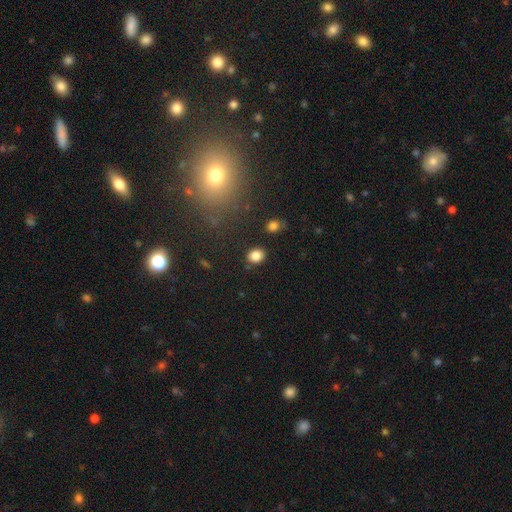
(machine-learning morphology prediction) Smooth or featured? Predicted: smooth (p=0.85). How rounded? Predicted: in between (p=0.50). Merging? Predicted: none (p=0.86).